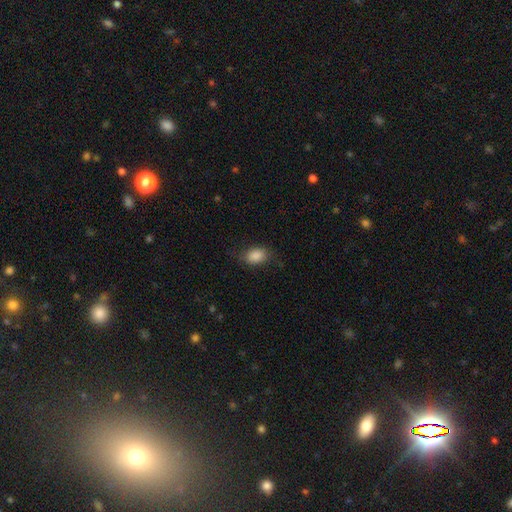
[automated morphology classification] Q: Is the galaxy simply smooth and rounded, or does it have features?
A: smooth — 88%.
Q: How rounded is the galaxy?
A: in between — 84%.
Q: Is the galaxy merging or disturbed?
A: none — 76%.